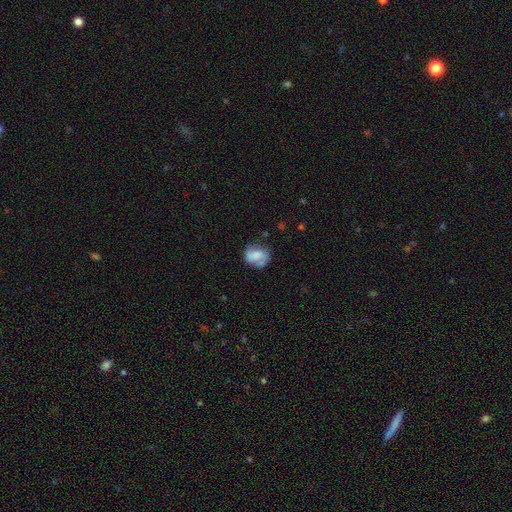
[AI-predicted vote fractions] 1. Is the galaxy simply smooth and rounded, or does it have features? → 54% smooth, 37% featured or disk, 9% star or artifact.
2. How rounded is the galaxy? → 53% round, 46% in between, 1% cigar-shaped.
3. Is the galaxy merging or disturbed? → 52% none, 28% minor disturbance, 14% major disturbance, 7% merger.